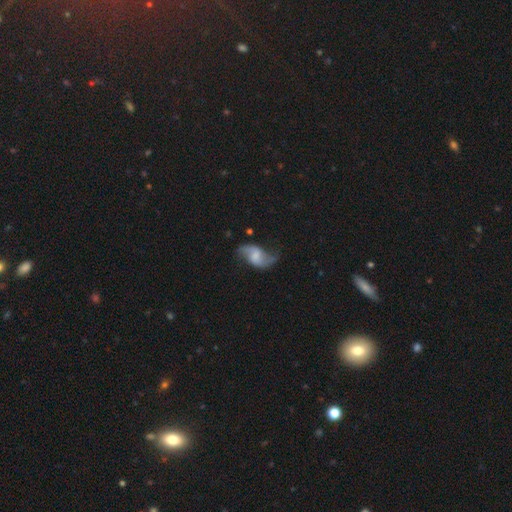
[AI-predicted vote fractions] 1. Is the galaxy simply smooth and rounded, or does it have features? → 77% featured or disk, 16% smooth, 6% star or artifact.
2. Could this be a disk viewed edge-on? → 97% no, 3% yes.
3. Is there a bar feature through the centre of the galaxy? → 46% weak, 40% no, 14% strong.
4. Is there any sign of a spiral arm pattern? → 94% yes, 6% no.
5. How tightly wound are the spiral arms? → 76% loose, 20% medium, 5% tight.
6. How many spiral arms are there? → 91% 2, 3% can't tell, 3% 1, 1% 3, 1% 4, 1% more than 4.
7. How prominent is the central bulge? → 33% none, 27% moderate, 26% small, 12% large, 2% dominant.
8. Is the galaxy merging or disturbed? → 67% none, 20% minor disturbance, 11% major disturbance, 2% merger.